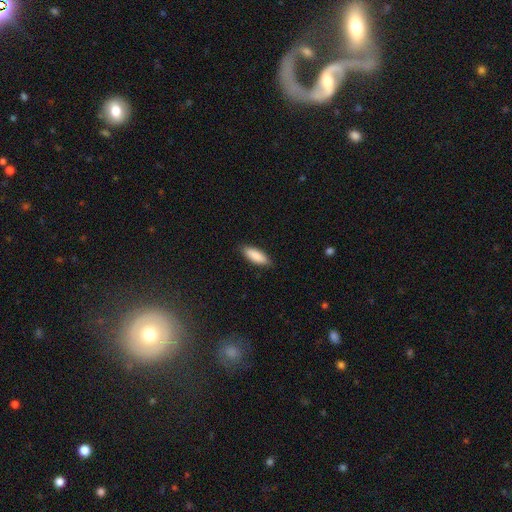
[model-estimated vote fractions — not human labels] The model was most divided on "how rounded": in between: 66%, cigar-shaped: 33%, round: 2%. More confident: smooth or featured — smooth (88%); merging — none (87%).